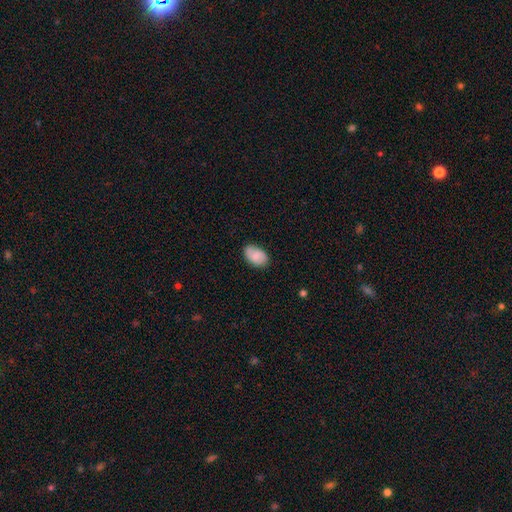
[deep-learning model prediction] This appears to be a smooth galaxy with no disk features (77%) that is in between round and cigar-shaped (90%). Merging: none (79%).